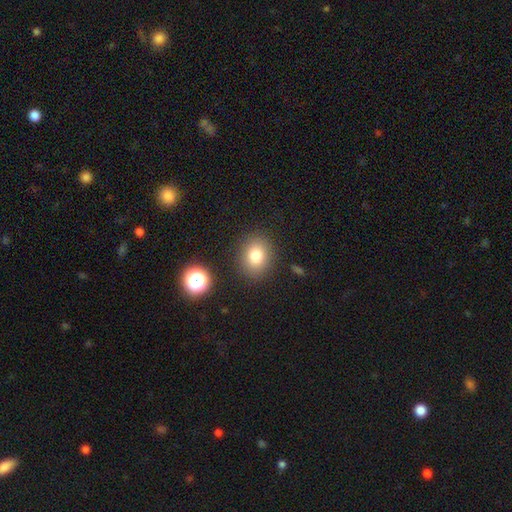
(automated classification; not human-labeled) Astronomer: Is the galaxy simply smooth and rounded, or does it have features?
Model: smooth — 79%.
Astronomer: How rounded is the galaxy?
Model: round — 60% (runner-up: in between, 39%).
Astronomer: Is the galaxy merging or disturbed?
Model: none — 86%.